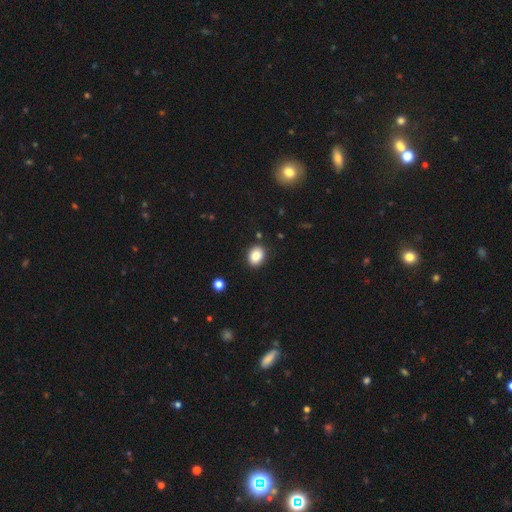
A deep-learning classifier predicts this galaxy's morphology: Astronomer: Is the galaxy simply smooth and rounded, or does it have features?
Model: smooth — 84%.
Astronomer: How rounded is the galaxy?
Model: in between — 56% (runner-up: round, 43%).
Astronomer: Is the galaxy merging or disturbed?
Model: none — 88%.